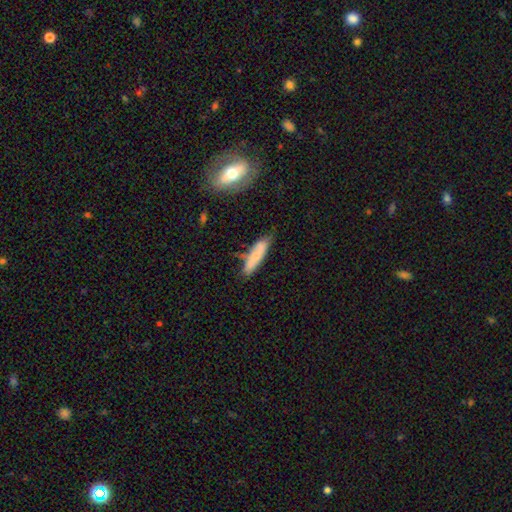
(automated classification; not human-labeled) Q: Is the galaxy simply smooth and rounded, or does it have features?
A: smooth — 65%.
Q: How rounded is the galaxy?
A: cigar-shaped — 67%.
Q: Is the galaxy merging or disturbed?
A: none — 65%.